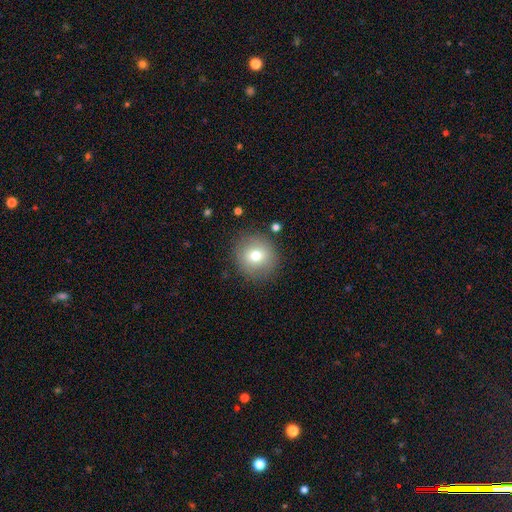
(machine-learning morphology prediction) A smooth galaxy with no disk features (73%) that is round (92%).

Vote fractions:
- Smooth or featured? smooth: 73% / featured or disk: 16% / star or artifact: 11%
- How rounded? round: 92% / in between: 7% / cigar-shaped: 1%
- Merging? none: 86% / minor disturbance: 9% / major disturbance: 3% / merger: 2%